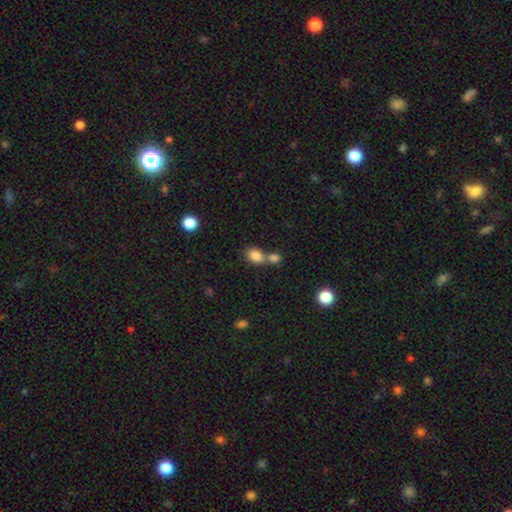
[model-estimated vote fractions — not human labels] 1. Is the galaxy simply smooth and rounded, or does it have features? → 83% smooth, 10% star or artifact, 7% featured or disk.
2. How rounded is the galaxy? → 79% in between, 19% round, 2% cigar-shaped.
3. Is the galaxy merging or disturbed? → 52% merger, 35% none, 9% minor disturbance, 4% major disturbance.